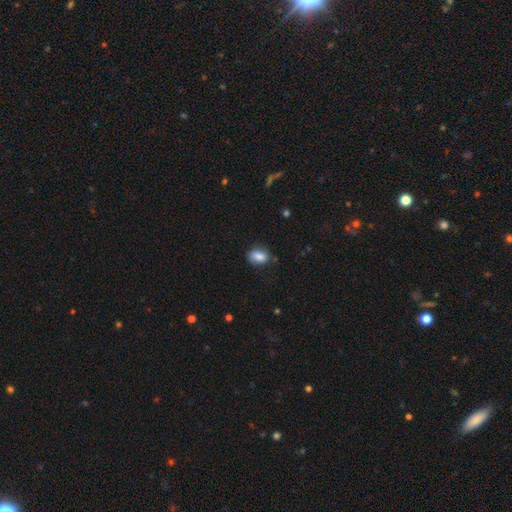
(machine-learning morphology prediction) A smooth galaxy with no disk features (84%) that is in between round and cigar-shaped (81%).

Vote fractions:
- Smooth or featured? smooth: 84% / star or artifact: 8% / featured or disk: 8%
- How rounded? in between: 81% / round: 17% / cigar-shaped: 2%
- Merging? none: 76% / minor disturbance: 19% / major disturbance: 4% / merger: 2%